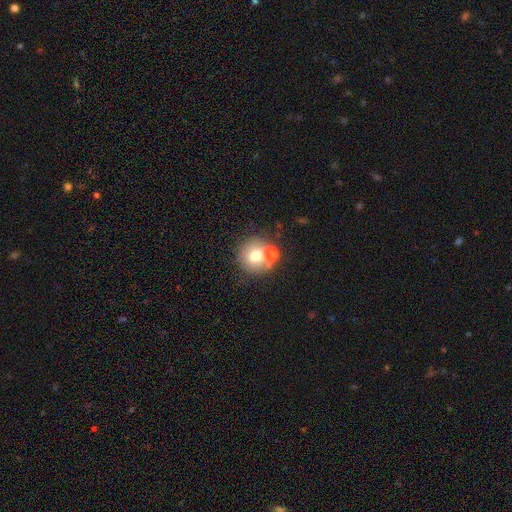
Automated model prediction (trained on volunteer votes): Morphology: type=smooth (70%); roundness=round (89%); merging=none (56%).